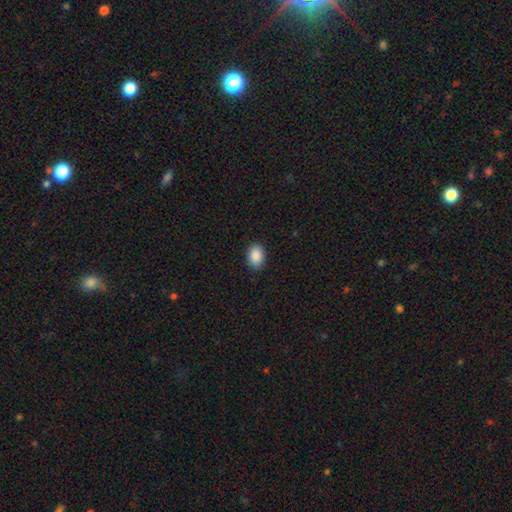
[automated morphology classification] smooth-or-featured: smooth: 90% | star or artifact: 7% | featured or disk: 3%
  how-rounded: in between: 82% | round: 17% | cigar-shaped: 1%
  merging: none: 90% | minor disturbance: 8% | major disturbance: 2% | merger: 1%